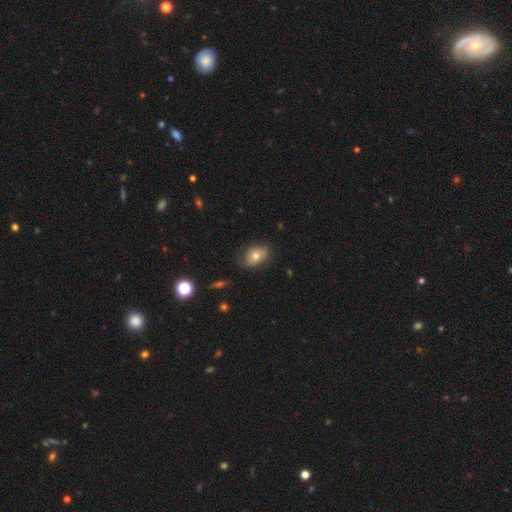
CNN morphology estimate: Smooth or featured?
  - smooth: 72% *
  - featured or disk: 19%
  - star or artifact: 9%
How rounded?
  - in between: 77% *
  - round: 22%
  - cigar-shaped: 1%
Merging?
  - none: 72% *
  - minor disturbance: 21%
  - major disturbance: 5%
  - merger: 1%